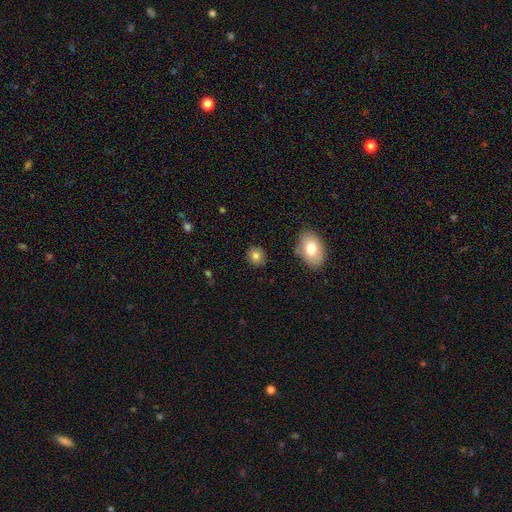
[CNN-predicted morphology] Smooth or featured: smooth — 82% (star or artifact — 10%)
How rounded: round — 83% (in between — 16%)
Merging: none — 88% (minor disturbance — 8%)